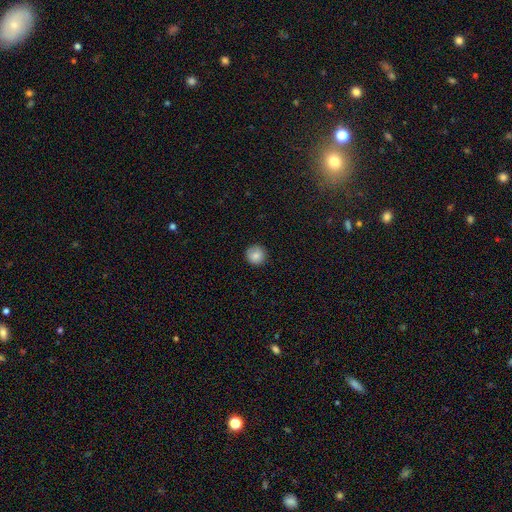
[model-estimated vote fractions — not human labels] smooth_or_featured: smooth (p=0.85) [alt: star or artifact p=0.09]
how_rounded: round (p=0.95) [alt: in between p=0.04]
merging: none (p=0.89) [alt: minor disturbance p=0.08]